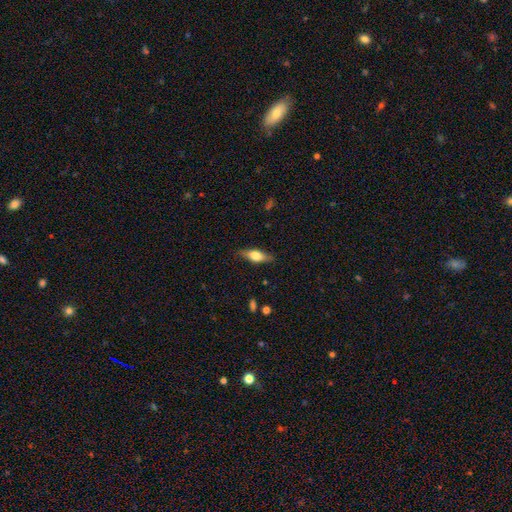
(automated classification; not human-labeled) Q: Smooth or featured?
A: smooth (59%); runner-up: featured or disk (34%)
Q: How rounded?
A: in between (64%); runner-up: cigar-shaped (32%)
Q: Merging?
A: none (81%); runner-up: minor disturbance (14%)